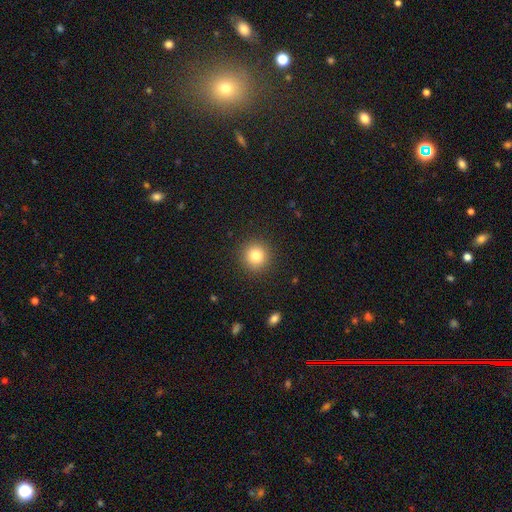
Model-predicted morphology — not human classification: Q: Smooth or featured?
A: smooth (81%); runner-up: star or artifact (11%)
Q: How rounded?
A: round (94%); runner-up: in between (5%)
Q: Merging?
A: none (91%); runner-up: minor disturbance (6%)